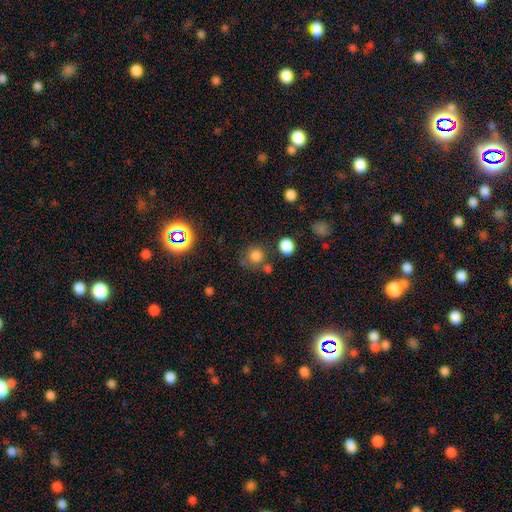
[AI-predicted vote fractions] Smooth or featured? Predicted: smooth (p=0.79). How rounded? Predicted: round (p=0.90). Merging? Predicted: none (p=0.71).